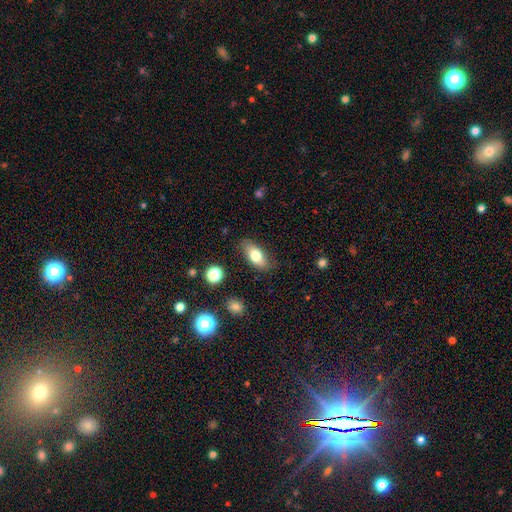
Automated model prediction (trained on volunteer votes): Smooth or featured? Predicted: smooth (p=0.76). How rounded? Predicted: in between (p=0.86). Merging? Predicted: none (p=0.82).